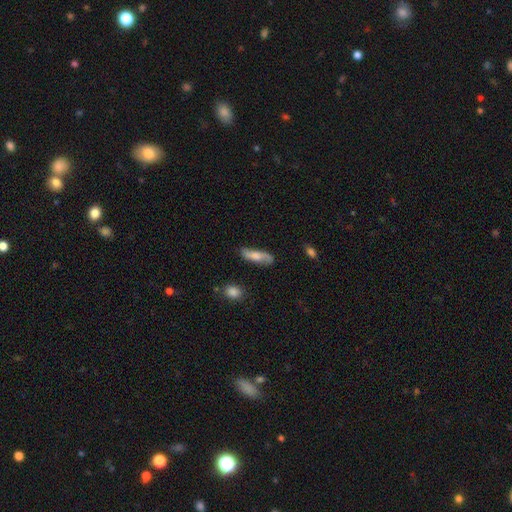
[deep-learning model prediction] A smooth galaxy with no disk features (55%) that is cigar-shaped (54%).

Vote fractions:
- Smooth or featured? smooth: 55% / featured or disk: 38% / star or artifact: 7%
- How rounded? cigar-shaped: 54% / in between: 43% / round: 3%
- Merging? none: 73% / minor disturbance: 19% / major disturbance: 5% / merger: 3%